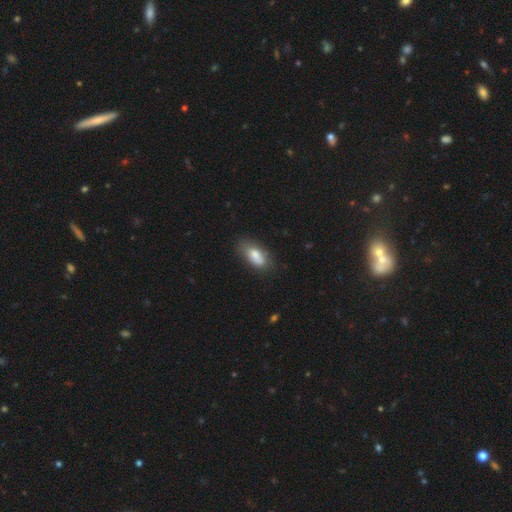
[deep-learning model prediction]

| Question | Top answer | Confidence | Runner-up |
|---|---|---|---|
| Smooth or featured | smooth | 77% | featured or disk (16%) |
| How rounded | in between | 90% | cigar-shaped (7%) |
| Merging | none | 65% | minor disturbance (25%) |